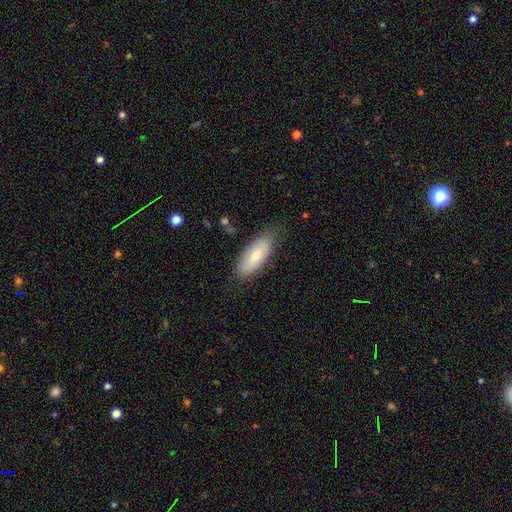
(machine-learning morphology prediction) The model was most divided on "how rounded": in between: 76%, cigar-shaped: 22%, round: 2%. More confident: merging — none (76%); smooth or featured — smooth (76%).